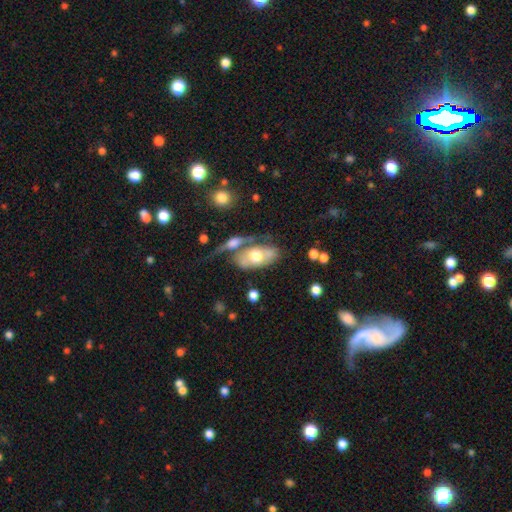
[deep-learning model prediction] Morphology: type=smooth (49%); merging=merger (33%, tied with none).